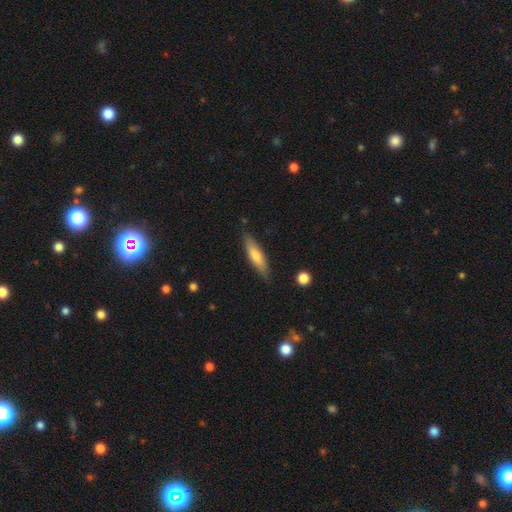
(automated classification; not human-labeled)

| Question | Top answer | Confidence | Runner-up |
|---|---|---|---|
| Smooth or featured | smooth | 65% | featured or disk (29%) |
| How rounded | cigar-shaped | 73% | in between (25%) |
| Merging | none | 83% | minor disturbance (13%) |